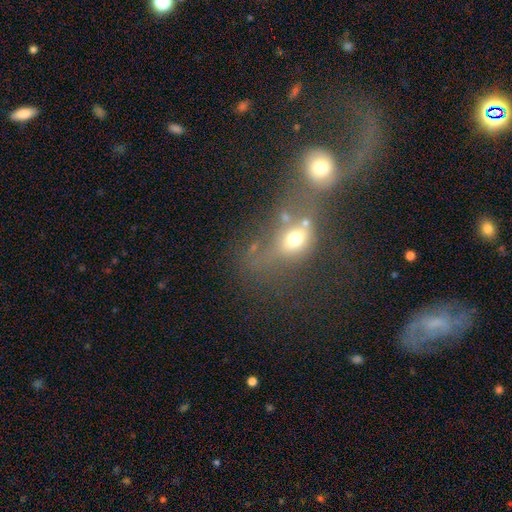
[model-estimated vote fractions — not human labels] Smooth or featured?
  - smooth: 41% *
  - featured or disk: 40%
  - star or artifact: 19%
Merging?
  - merger: 74% *
  - major disturbance: 14%
  - none: 9%
  - minor disturbance: 4%